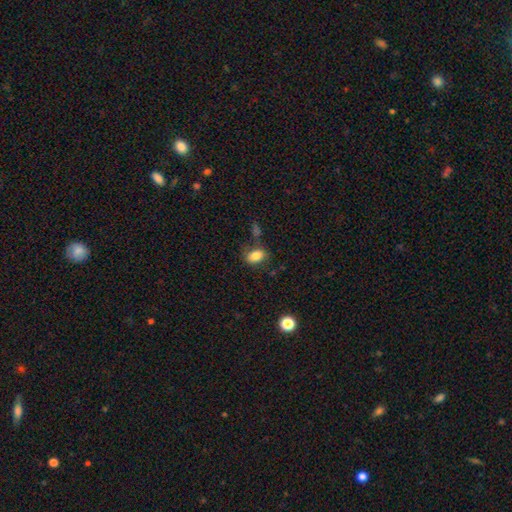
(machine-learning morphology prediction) Smooth or featured? Predicted: smooth (p=0.83). How rounded? Predicted: in between (p=0.84). Merging? Predicted: none (p=0.68).